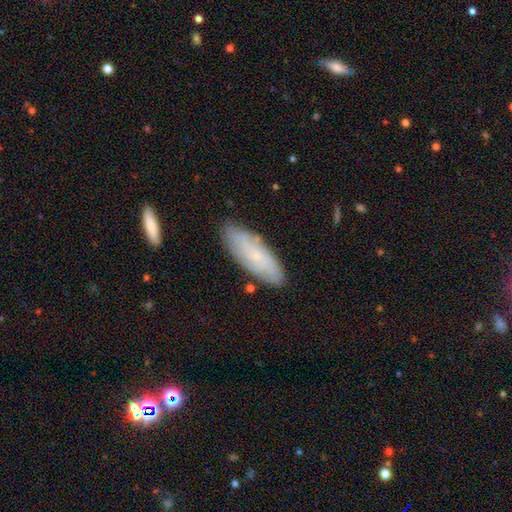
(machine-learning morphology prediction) Smooth or featured? Predicted: featured or disk (p=0.46, tied with smooth). Merging? Predicted: none (p=0.81).